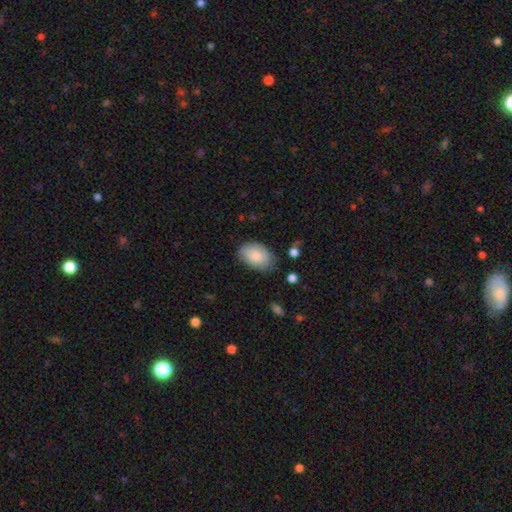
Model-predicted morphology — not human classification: This is clearly a smooth galaxy (84%). How rounded: clearly in between (90%). Merging: likely none (75%).